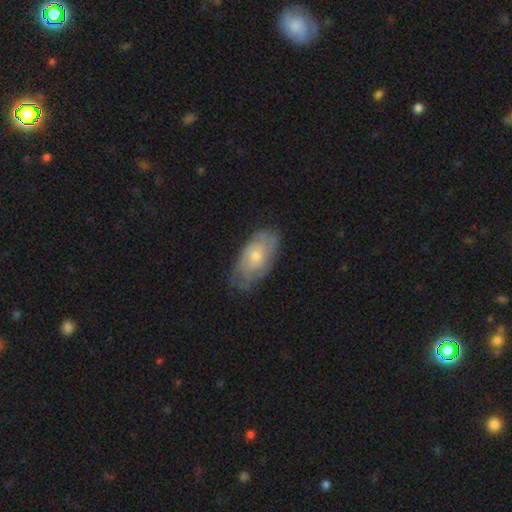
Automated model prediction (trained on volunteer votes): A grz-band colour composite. It shows a featured or disk galaxy (47%, tied with smooth). Merging: none (61%).